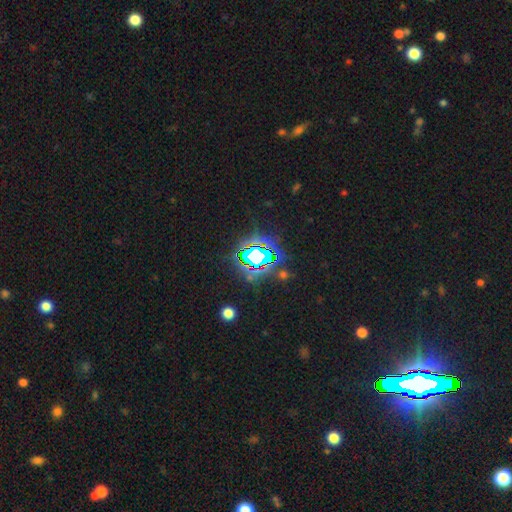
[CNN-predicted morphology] smooth-or-featured: star or artifact: 76% | smooth: 13% | featured or disk: 11%